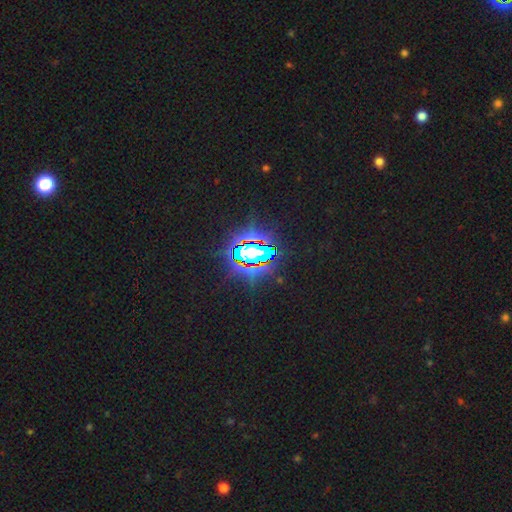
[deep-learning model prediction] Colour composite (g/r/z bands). It shows a star or artifact, not a galaxy (77%).